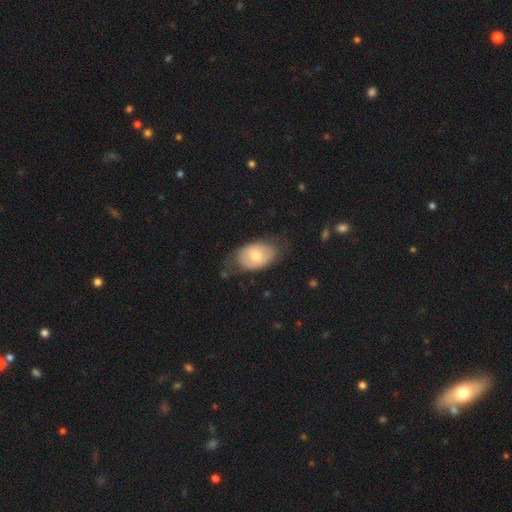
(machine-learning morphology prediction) A smooth galaxy with no disk features (61%) that is in between round and cigar-shaped (87%).

Vote fractions:
- Smooth or featured? smooth: 61% / featured or disk: 33% / star or artifact: 6%
- How rounded? in between: 87% / round: 12% / cigar-shaped: 1%
- Merging? none: 60% / minor disturbance: 27% / major disturbance: 11% / merger: 2%